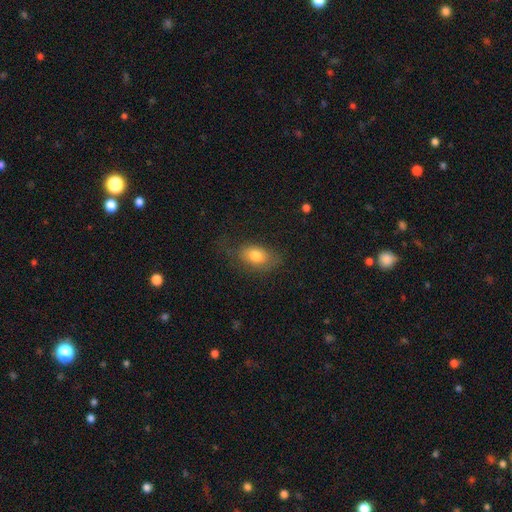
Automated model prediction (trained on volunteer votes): Q: Smooth or featured?
A: smooth (77%); runner-up: featured or disk (14%)
Q: How rounded?
A: in between (82%); runner-up: round (16%)
Q: Merging?
A: none (63%); runner-up: minor disturbance (23%)